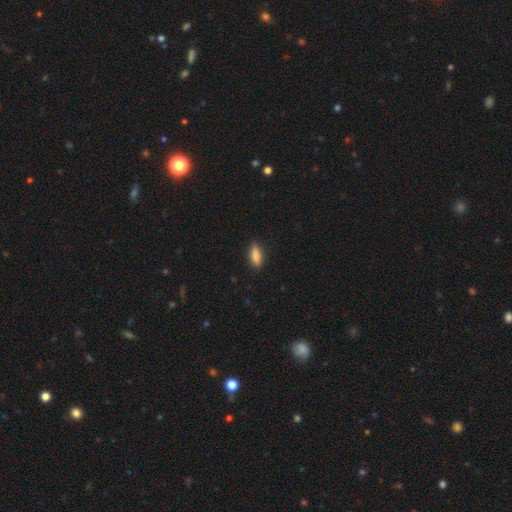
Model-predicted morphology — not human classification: Overall: smooth (75%). How rounded: in between (64%; cigar-shaped 33%). Merging: none (87%).